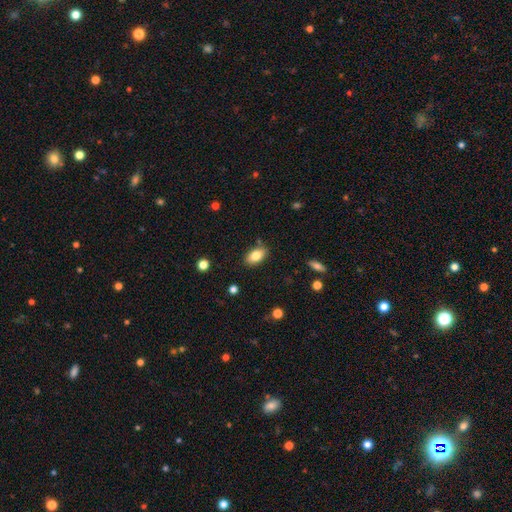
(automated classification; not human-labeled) Q: Smooth or featured?
A: smooth (79%); runner-up: featured or disk (13%)
Q: How rounded?
A: in between (91%); runner-up: round (6%)
Q: Merging?
A: none (83%); runner-up: minor disturbance (12%)